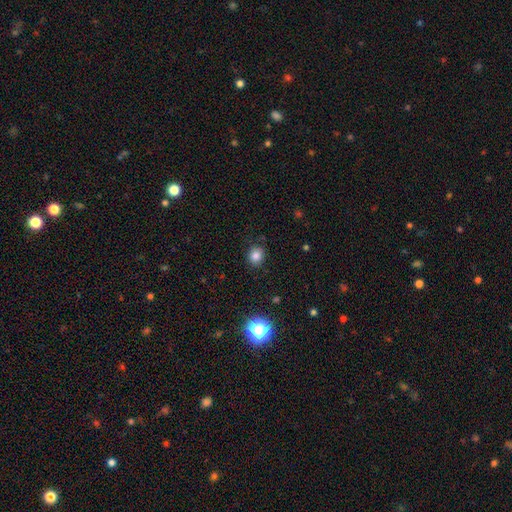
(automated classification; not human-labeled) Smooth or featured: smooth — 81% (star or artifact — 14%)
How rounded: round — 74% (in between — 25%)
Merging: none — 85% (minor disturbance — 11%)